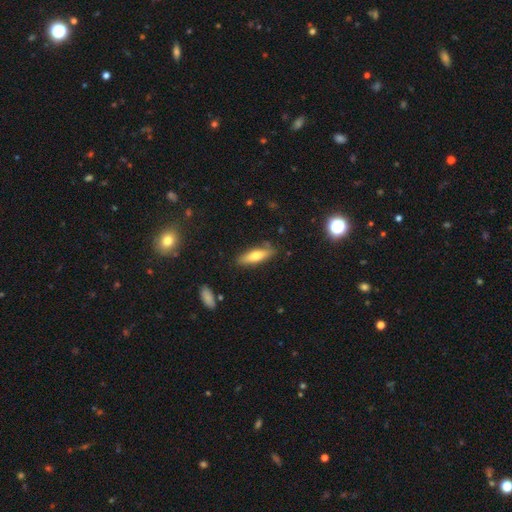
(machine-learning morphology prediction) Overall: smooth (67%; featured or disk 27%). How rounded: cigar-shaped (58%; in between 40%). Merging: none (79%).